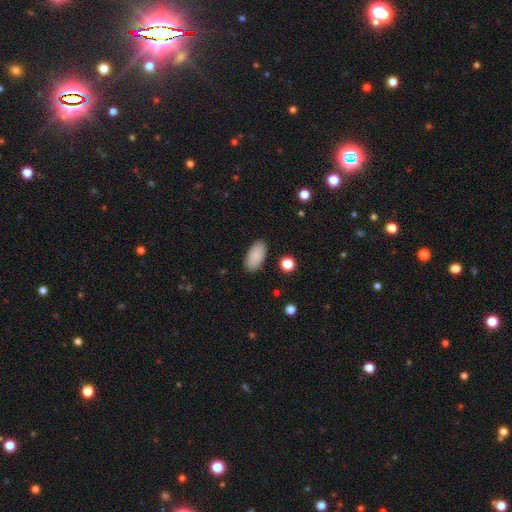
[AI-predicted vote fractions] This is clearly a smooth galaxy (89%). How rounded: clearly in between (94%). Merging: clearly none (88%).